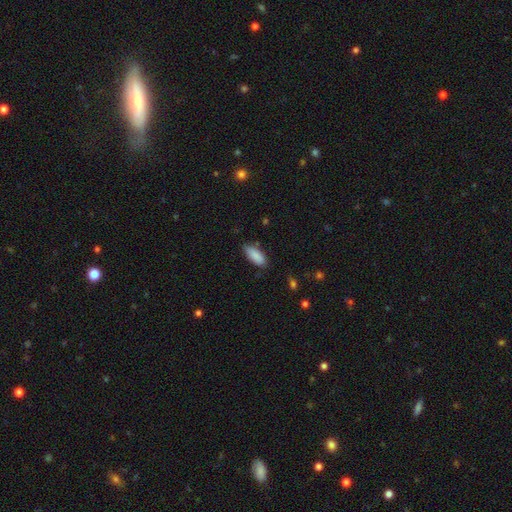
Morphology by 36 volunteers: Smooth or featured: smooth — 92% (star or artifact — 6%)
How rounded: in between — 85% (cigar-shaped — 12%)
Merging: none — 85% (minor disturbance — 9%)